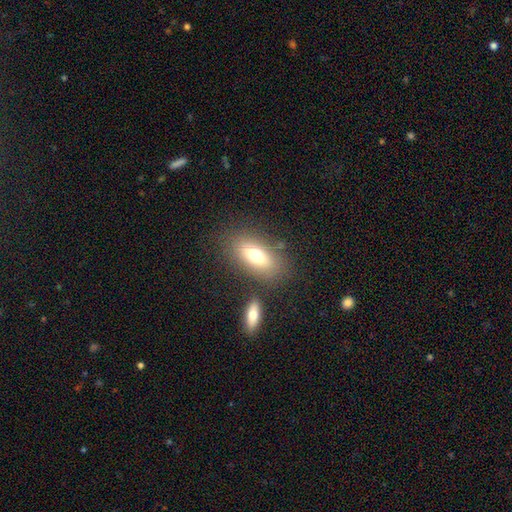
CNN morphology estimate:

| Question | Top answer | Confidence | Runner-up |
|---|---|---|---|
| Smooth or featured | smooth | 71% | featured or disk (20%) |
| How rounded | in between | 84% | cigar-shaped (10%) |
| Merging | none | 74% | minor disturbance (12%) |